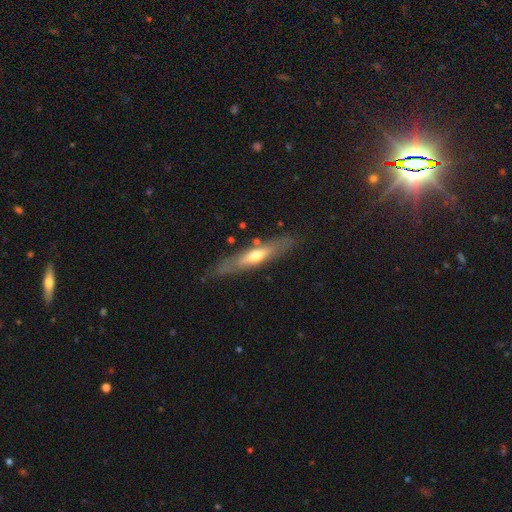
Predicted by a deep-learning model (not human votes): Smooth or featured: featured or disk — 52% (smooth — 42%)
Edge-on disk: yes — 71% (no — 29%)
Merging: none — 78% (minor disturbance — 15%)